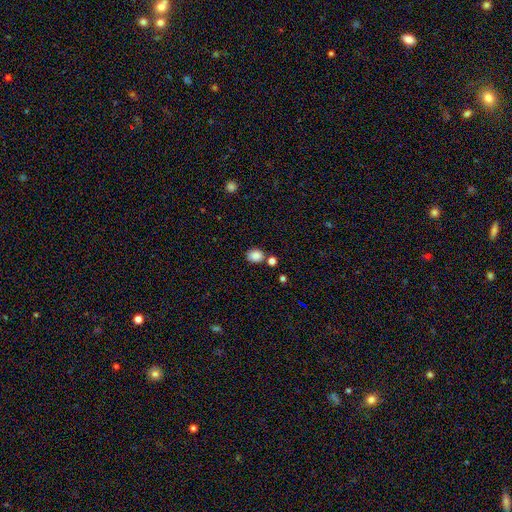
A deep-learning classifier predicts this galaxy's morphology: Smooth or featured? smooth (86%)
How rounded? round (52%)
Merging? none (74%)